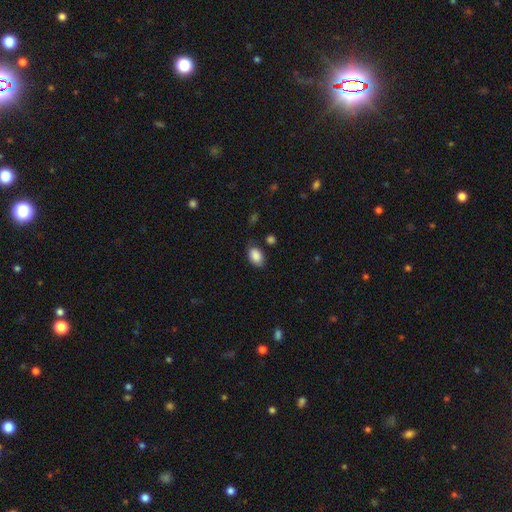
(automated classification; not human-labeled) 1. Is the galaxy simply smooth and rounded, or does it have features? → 88% smooth, 7% star or artifact, 5% featured or disk.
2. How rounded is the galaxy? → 88% in between, 11% round, 1% cigar-shaped.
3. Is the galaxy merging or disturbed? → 74% none, 19% minor disturbance, 5% major disturbance, 3% merger.